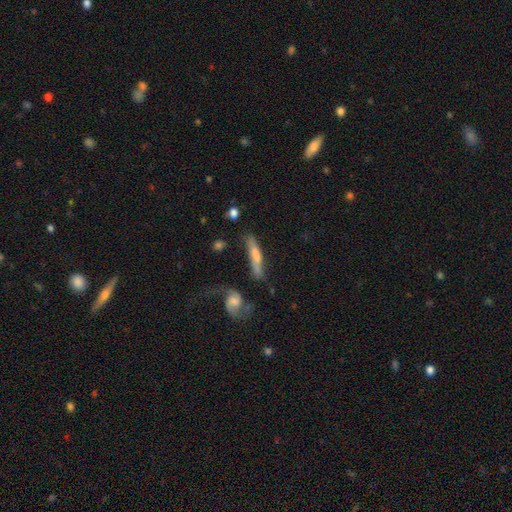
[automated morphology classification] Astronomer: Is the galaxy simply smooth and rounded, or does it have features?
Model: smooth — 61%.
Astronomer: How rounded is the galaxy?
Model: cigar-shaped — 81%.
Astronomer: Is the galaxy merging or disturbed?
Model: none — 49%.